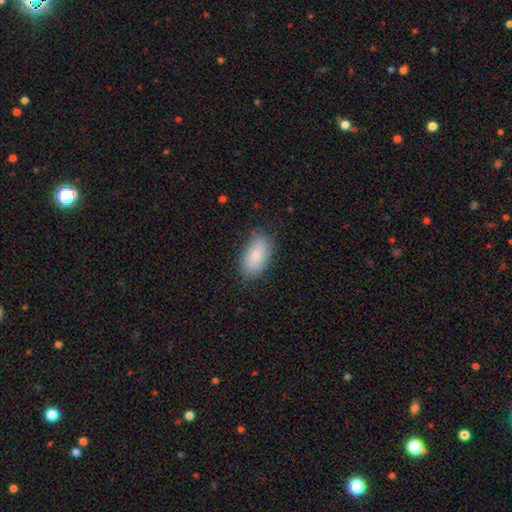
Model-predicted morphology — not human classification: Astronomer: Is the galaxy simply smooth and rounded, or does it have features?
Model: smooth — 80%.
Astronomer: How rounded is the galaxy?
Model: in between — 93%.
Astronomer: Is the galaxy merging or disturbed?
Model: none — 76%.